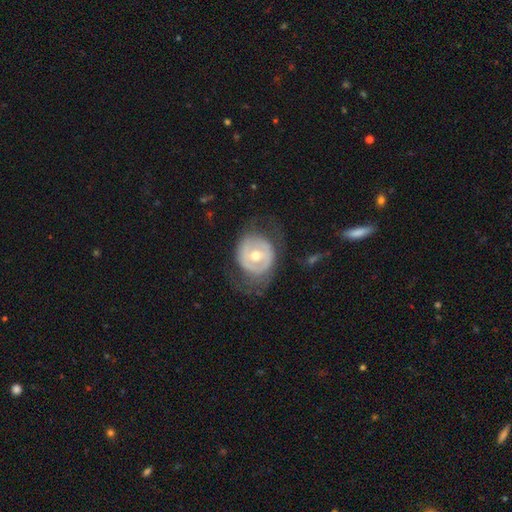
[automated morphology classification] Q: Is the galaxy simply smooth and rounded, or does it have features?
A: featured or disk — 63%.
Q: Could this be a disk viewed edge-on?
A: no — 95%.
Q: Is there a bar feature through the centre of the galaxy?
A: no — 53%.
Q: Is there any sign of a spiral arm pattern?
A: no — 63%.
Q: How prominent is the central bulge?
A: moderate — 68%.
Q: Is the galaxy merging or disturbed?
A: none — 58%.